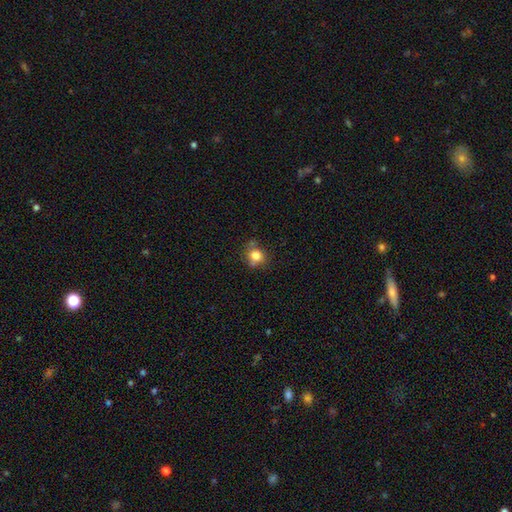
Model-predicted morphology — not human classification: smooth_or_featured: smooth (p=0.80) [alt: star or artifact p=0.11]
how_rounded: round (p=0.76) [alt: in between p=0.23]
merging: none (p=0.64) [alt: minor disturbance p=0.21]